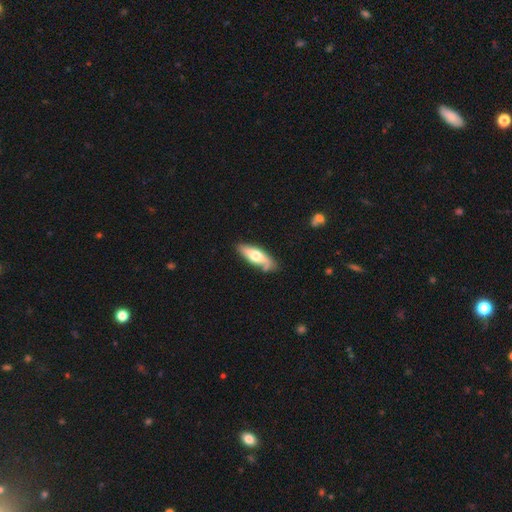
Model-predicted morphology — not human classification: Smooth or featured? Predicted: smooth (p=0.55). How rounded? Predicted: in between (p=0.55). Merging? Predicted: none (p=0.68).